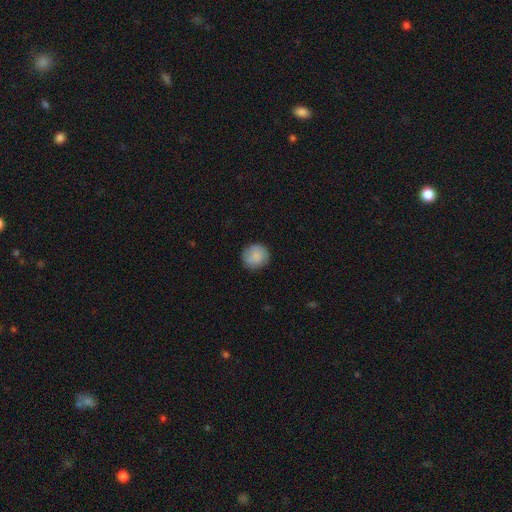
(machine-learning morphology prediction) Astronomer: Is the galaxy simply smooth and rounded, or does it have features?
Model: smooth — 84%.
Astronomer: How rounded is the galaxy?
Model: round — 91%.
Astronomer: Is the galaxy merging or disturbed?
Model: none — 84%.